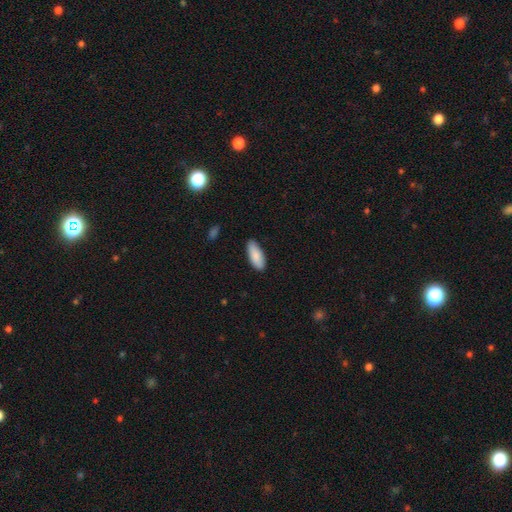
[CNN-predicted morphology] smooth_or_featured: smooth (p=0.89) [alt: featured or disk p=0.06]
how_rounded: in between (p=0.81) [alt: cigar-shaped p=0.17]
merging: none (p=0.84) [alt: minor disturbance p=0.13]